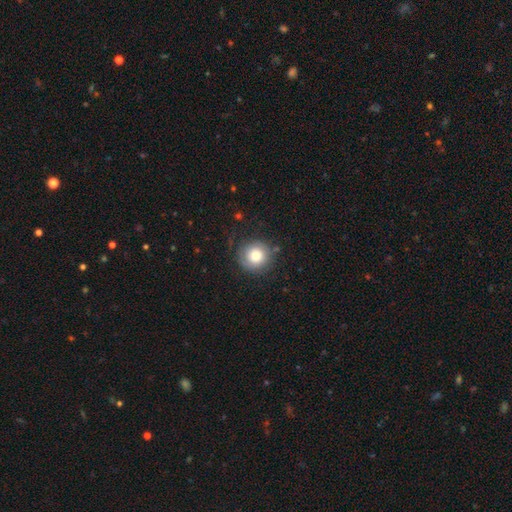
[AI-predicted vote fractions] Smooth or featured?
  - smooth: 77% *
  - featured or disk: 15%
  - star or artifact: 8%
How rounded?
  - round: 93% *
  - in between: 6%
  - cigar-shaped: 1%
Merging?
  - none: 76% *
  - minor disturbance: 15%
  - major disturbance: 7%
  - merger: 2%